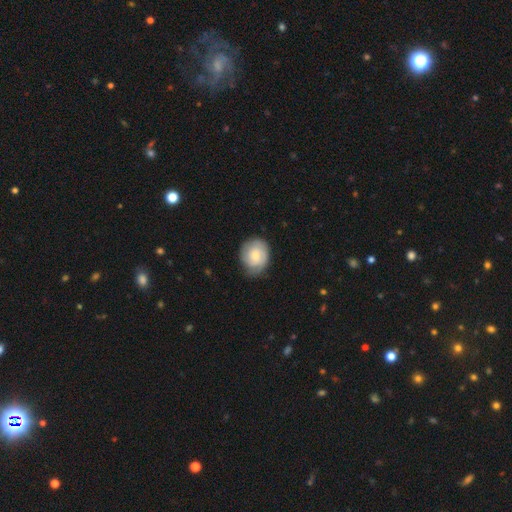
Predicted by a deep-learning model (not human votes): smooth-or-featured: smooth: 55% | featured or disk: 39% | star or artifact: 6%
  how-rounded: round: 64% | in between: 35% | cigar-shaped: 1%
  merging: none: 69% | minor disturbance: 24% | major disturbance: 6% | merger: 1%